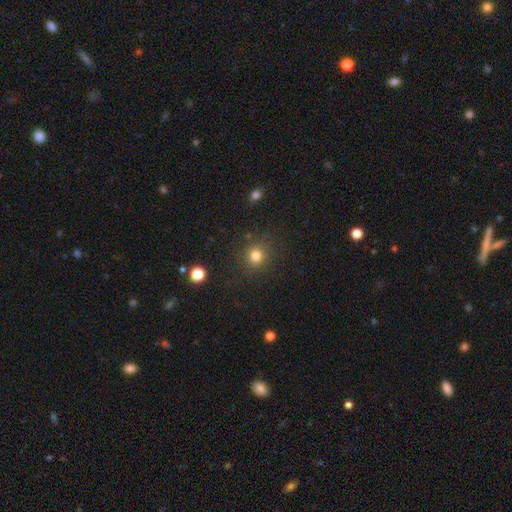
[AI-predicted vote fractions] Smooth or featured? Predicted: smooth (p=0.80). How rounded? Predicted: round (p=0.89). Merging? Predicted: none (p=0.85).